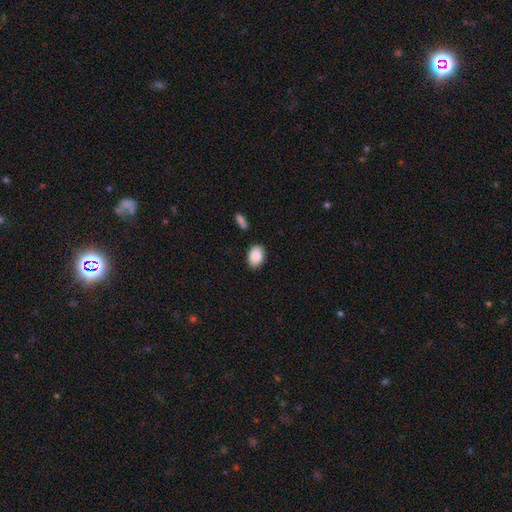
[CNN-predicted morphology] Q: Smooth or featured?
A: smooth (90%); runner-up: star or artifact (7%)
Q: How rounded?
A: in between (82%); runner-up: round (17%)
Q: Merging?
A: none (84%); runner-up: minor disturbance (11%)